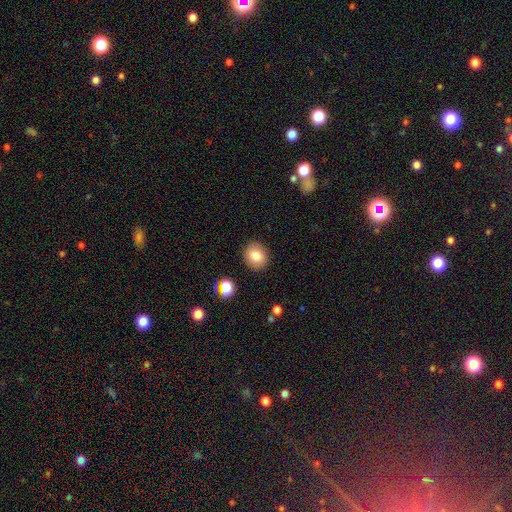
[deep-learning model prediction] The model was most divided on "how rounded": round: 77%, in between: 23%, cigar-shaped: 1%. More confident: merging — none (90%); smooth or featured — smooth (79%).